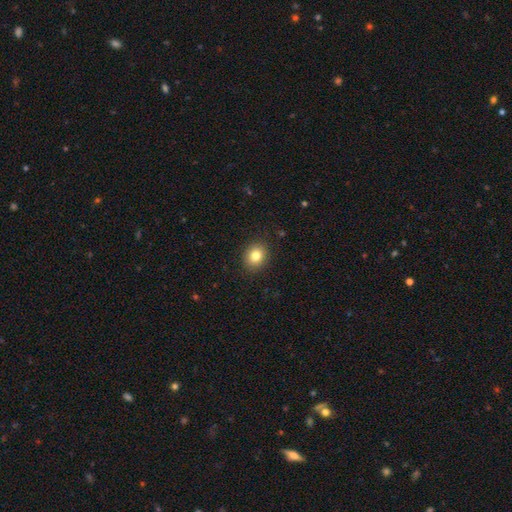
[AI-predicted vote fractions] A smooth galaxy with no disk features (81%) that is round (68%). Merging: none (90%).